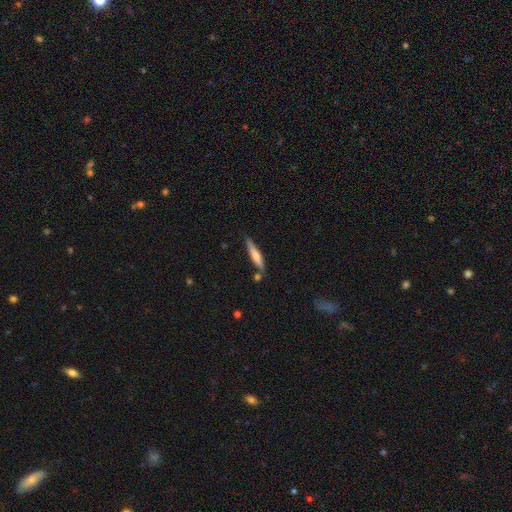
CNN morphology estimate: A smooth galaxy with no disk features (55%) that is cigar-shaped (89%).

Vote fractions:
- Smooth or featured? smooth: 55% / featured or disk: 39% / star or artifact: 6%
- How rounded? cigar-shaped: 89% / in between: 10% / round: 1%
- Merging? none: 79% / minor disturbance: 13% / merger: 6% / major disturbance: 2%